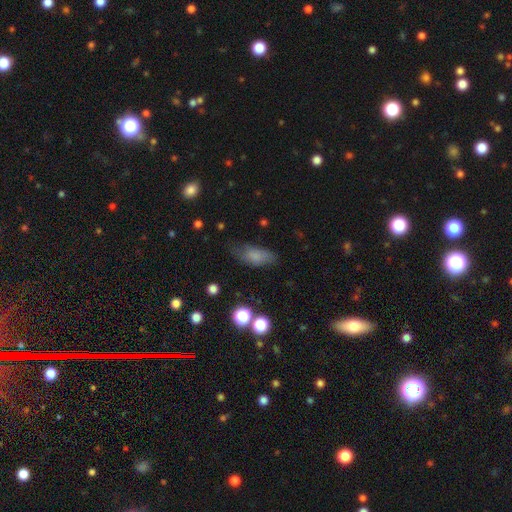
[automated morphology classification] Smooth or featured?
  - smooth: 76% *
  - featured or disk: 14%
  - star or artifact: 9%
How rounded?
  - in between: 79% *
  - cigar-shaped: 17%
  - round: 4%
Merging?
  - none: 65% *
  - minor disturbance: 23%
  - major disturbance: 9%
  - merger: 2%